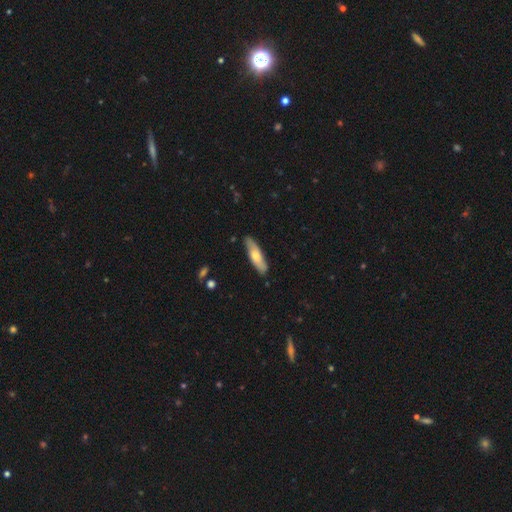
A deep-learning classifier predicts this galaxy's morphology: smooth_or_featured: smooth (p=0.56) [alt: featured or disk p=0.38]
how_rounded: cigar-shaped (p=0.66) [alt: in between p=0.32]
merging: none (p=0.87) [alt: minor disturbance p=0.10]